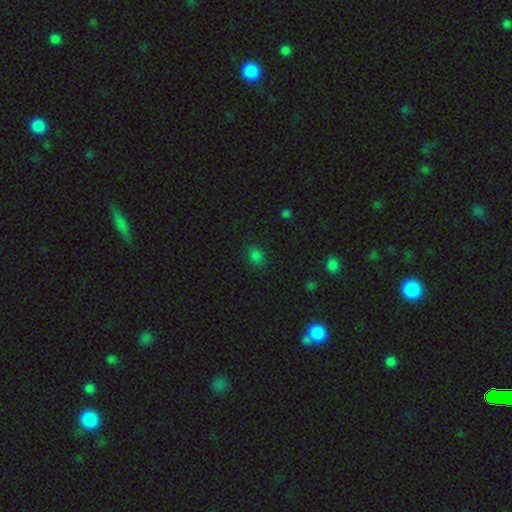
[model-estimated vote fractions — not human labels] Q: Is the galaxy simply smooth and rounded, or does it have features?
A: smooth — 78%.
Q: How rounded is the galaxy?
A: round — 57%.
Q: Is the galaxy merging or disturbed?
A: none — 85%.